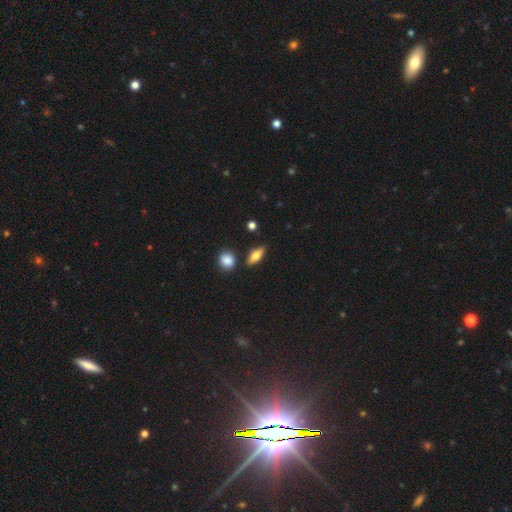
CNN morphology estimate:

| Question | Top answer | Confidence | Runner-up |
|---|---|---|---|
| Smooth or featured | smooth | 64% | featured or disk (28%) |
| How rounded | in between | 66% | cigar-shaped (26%) |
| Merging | none | 81% | minor disturbance (11%) |